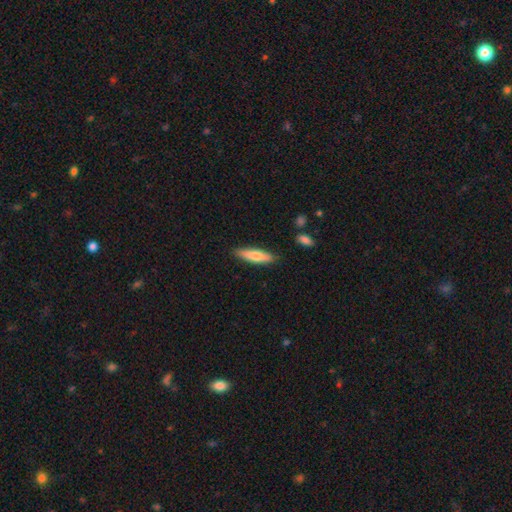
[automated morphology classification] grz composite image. It shows a smooth galaxy with no disk features (71%) that is cigar-shaped (74%). Merging: none (85%).